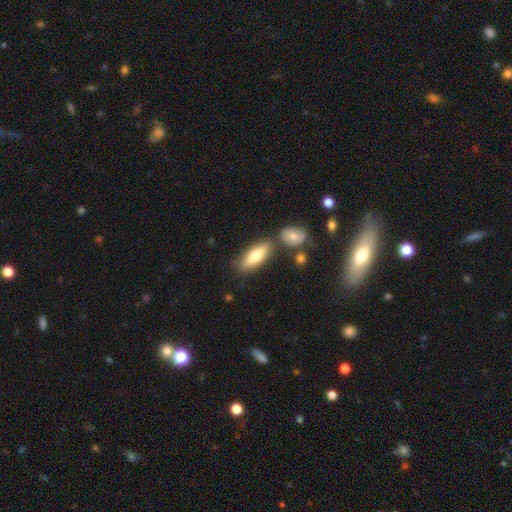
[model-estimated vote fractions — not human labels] This appears to be a smooth galaxy with no disk features (67%) that is in between round and cigar-shaped (64%). Merging: none (70%).